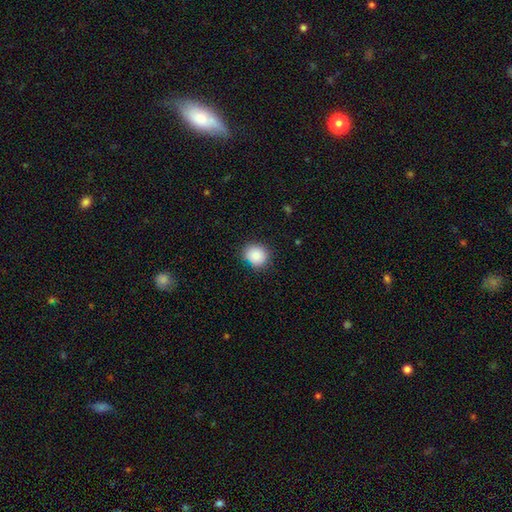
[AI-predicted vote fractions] Smooth or featured?
  - smooth: 87% *
  - star or artifact: 8%
  - featured or disk: 4%
How rounded?
  - round: 81% *
  - in between: 18%
  - cigar-shaped: 1%
Merging?
  - none: 85% *
  - minor disturbance: 11%
  - major disturbance: 3%
  - merger: 1%